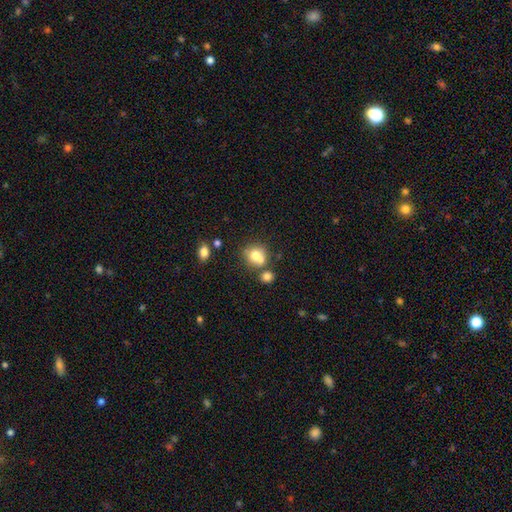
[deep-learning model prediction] This appears to be a smooth galaxy with no disk features (74%) that is round (75%). Merging: none (48%).